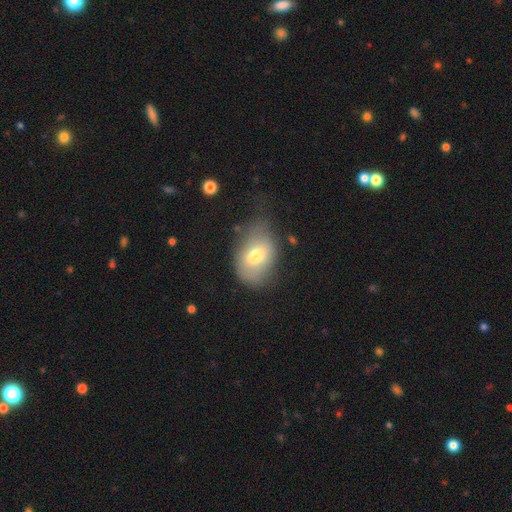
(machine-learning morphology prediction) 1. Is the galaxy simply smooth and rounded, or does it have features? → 69% smooth, 22% featured or disk, 9% star or artifact.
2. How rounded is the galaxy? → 80% in between, 19% round, 1% cigar-shaped.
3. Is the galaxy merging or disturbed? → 51% none, 30% minor disturbance, 15% major disturbance, 3% merger.